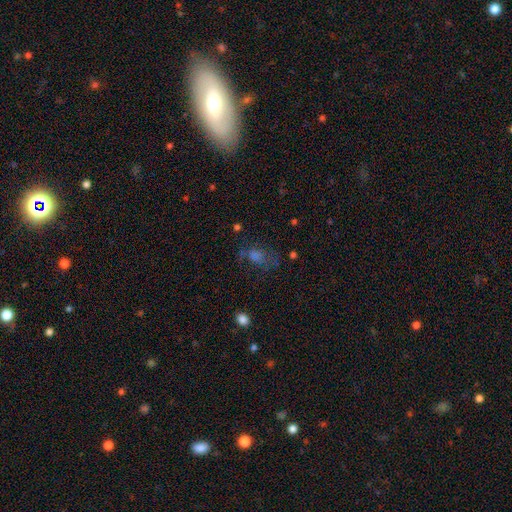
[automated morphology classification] smooth_or_featured: smooth (p=0.45) [alt: star or artifact p=0.32]
merging: none (p=0.52) [alt: major disturbance p=0.23]